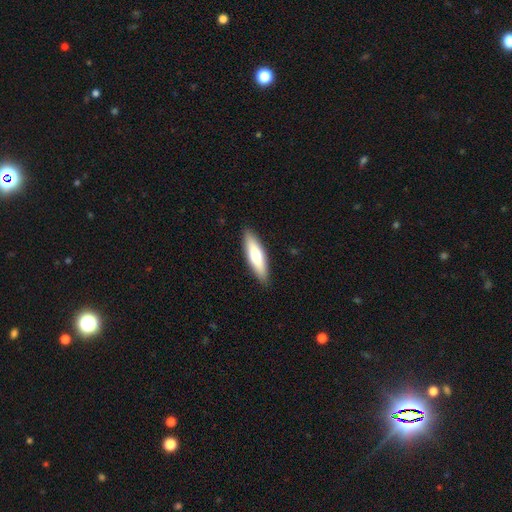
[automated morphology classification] A smooth galaxy with no disk features (63%) that is cigar-shaped (62%).

Vote fractions:
- Smooth or featured? smooth: 63% / featured or disk: 31% / star or artifact: 5%
- How rounded? cigar-shaped: 62% / in between: 36% / round: 2%
- Merging? none: 90% / minor disturbance: 8% / major disturbance: 2% / merger: 1%